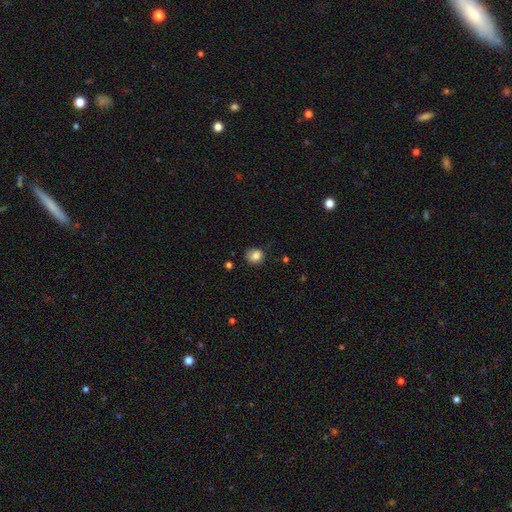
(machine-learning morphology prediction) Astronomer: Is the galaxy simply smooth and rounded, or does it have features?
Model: smooth — 84%.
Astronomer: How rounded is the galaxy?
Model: round — 79%.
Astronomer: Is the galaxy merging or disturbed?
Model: none — 71%.